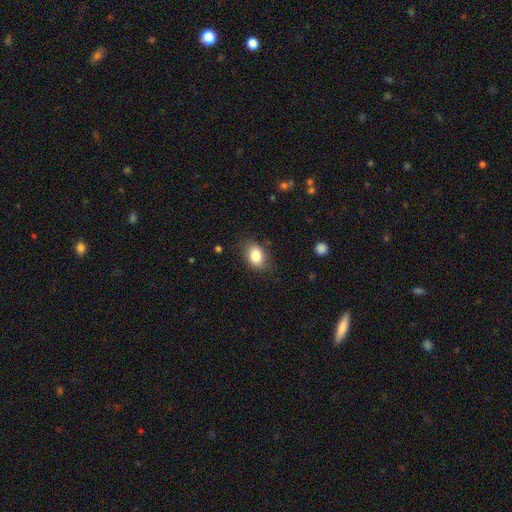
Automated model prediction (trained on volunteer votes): smooth_or_featured: smooth (p=0.83) [alt: featured or disk p=0.09]
how_rounded: in between (p=0.79) [alt: round p=0.20]
merging: none (p=0.79) [alt: minor disturbance p=0.16]